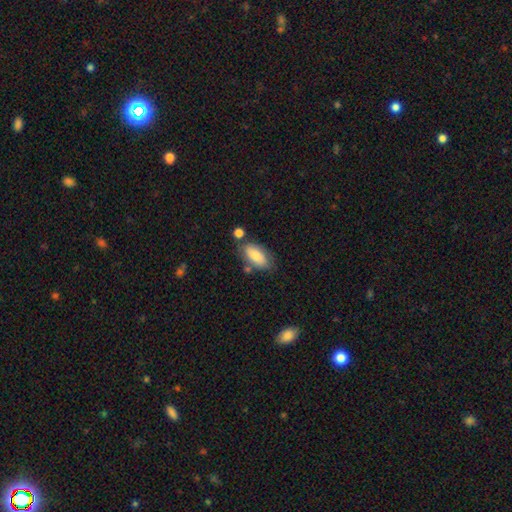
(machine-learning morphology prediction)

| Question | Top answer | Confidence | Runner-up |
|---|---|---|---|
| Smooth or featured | smooth | 77% | featured or disk (16%) |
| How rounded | in between | 89% | cigar-shaped (8%) |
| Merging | none | 66% | minor disturbance (18%) |